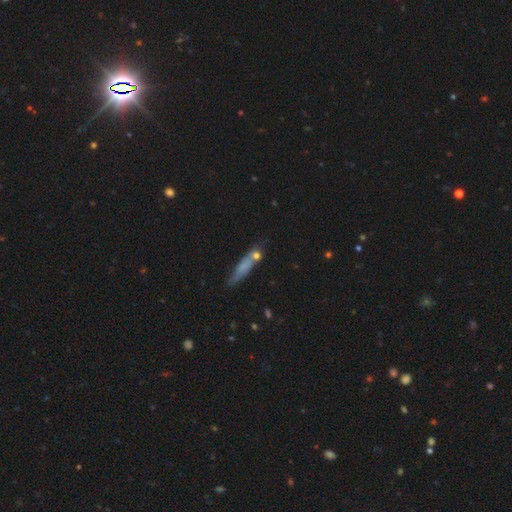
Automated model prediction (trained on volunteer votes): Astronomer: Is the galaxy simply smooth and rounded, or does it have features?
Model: smooth — 55%.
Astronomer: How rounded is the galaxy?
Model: cigar-shaped — 81%.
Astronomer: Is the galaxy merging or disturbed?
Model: none — 71%.